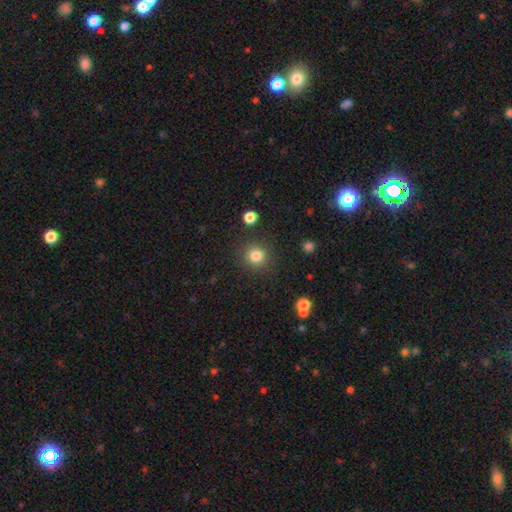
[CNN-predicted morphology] Q: Smooth or featured?
A: smooth (82%); runner-up: star or artifact (12%)
Q: How rounded?
A: round (93%); runner-up: in between (6%)
Q: Merging?
A: none (88%); runner-up: minor disturbance (7%)